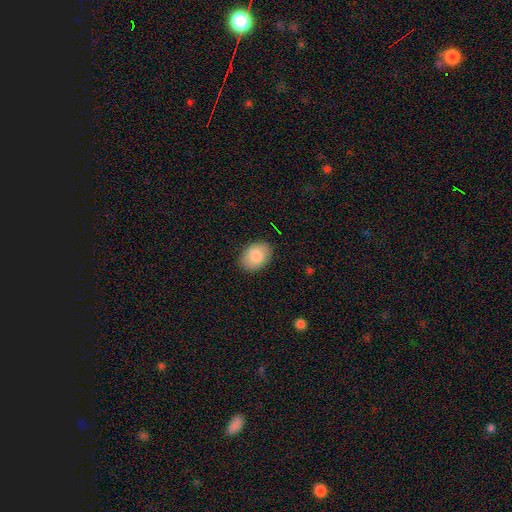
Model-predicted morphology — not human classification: This appears to be a smooth galaxy with no disk features (86%) that is in between round and cigar-shaped (76%). Merging: none (87%).